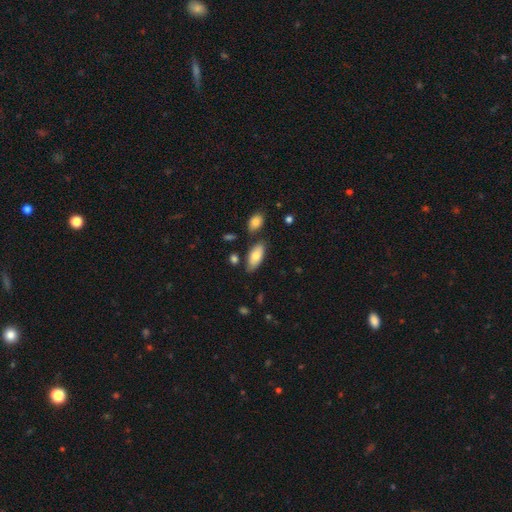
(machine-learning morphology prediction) The model was most divided on "merging": none: 74%, minor disturbance: 16%, merger: 7%, major disturbance: 3%. More confident: how rounded — in between (89%); smooth or featured — smooth (76%).